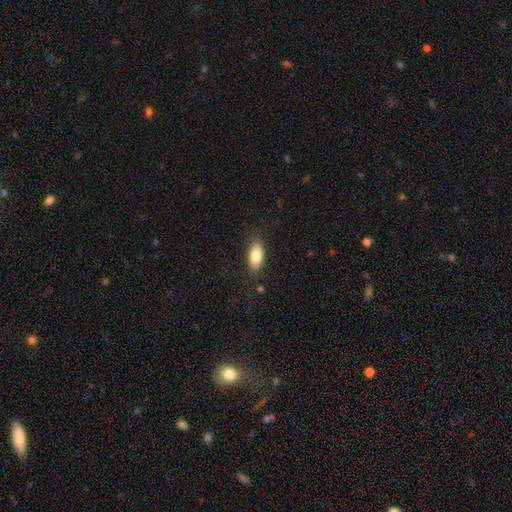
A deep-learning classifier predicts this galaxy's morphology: type=smooth (78%); roundness=in between (87%); merging=none (83%).